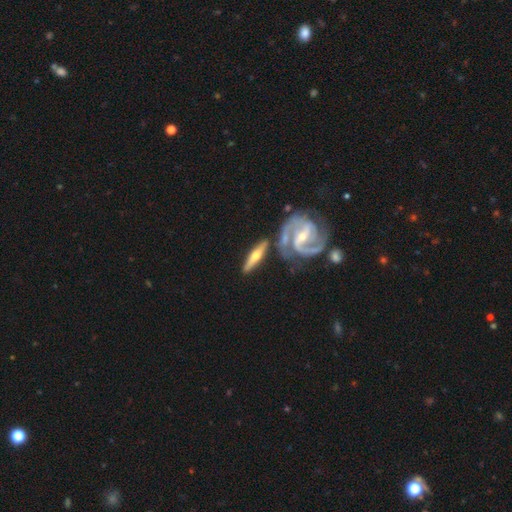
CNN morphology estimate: The model was most divided on "edge-on disk": yes: 67%, no: 33%. More confident: smooth or featured — featured or disk (74%); merging — none (68%).